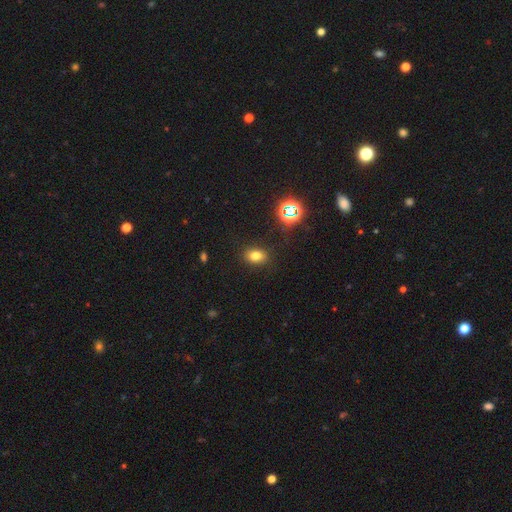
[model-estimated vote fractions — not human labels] Smooth or featured? smooth (74%)
How rounded? in between (72%)
Merging? none (87%)